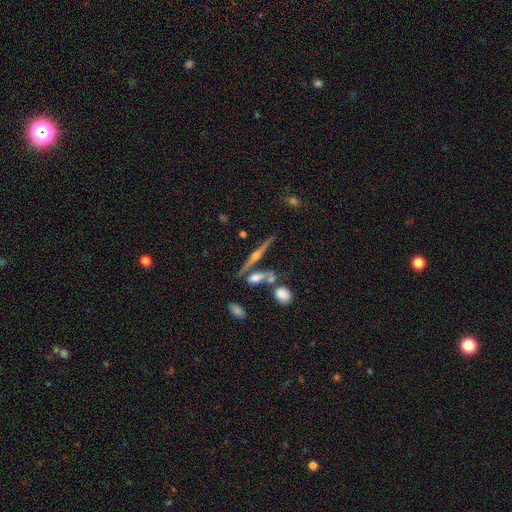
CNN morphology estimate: Q: Smooth or featured?
A: featured or disk (79%); runner-up: smooth (13%)
Q: Edge-on disk?
A: yes (97%); runner-up: no (3%)
Q: Edge-on bulge?
A: rounded (92%); runner-up: none (4%)
Q: Merging?
A: none (74%); runner-up: merger (13%)